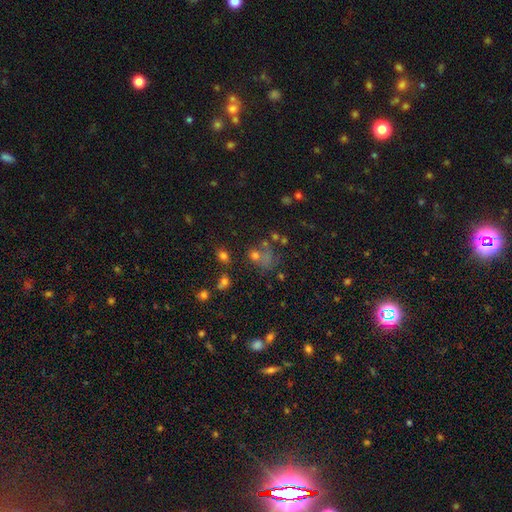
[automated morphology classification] smooth-or-featured: smooth: 55% | star or artifact: 29% | featured or disk: 16%
  how-rounded: round: 60% | in between: 38% | cigar-shaped: 1%
  merging: none: 44% | merger: 24% | major disturbance: 17% | minor disturbance: 15%